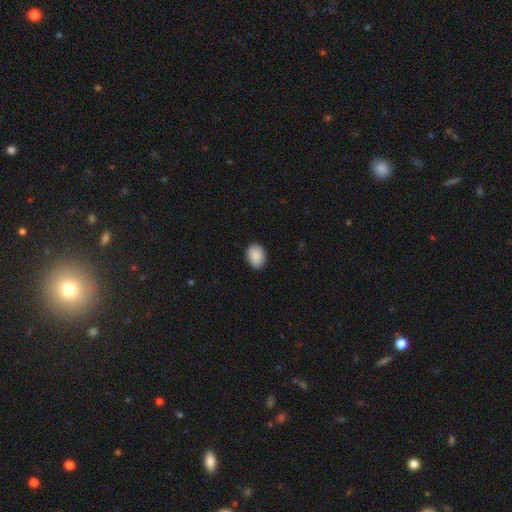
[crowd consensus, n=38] Smooth or featured? smooth (97%)
How rounded? in between (78%)
Merging? none (84%)